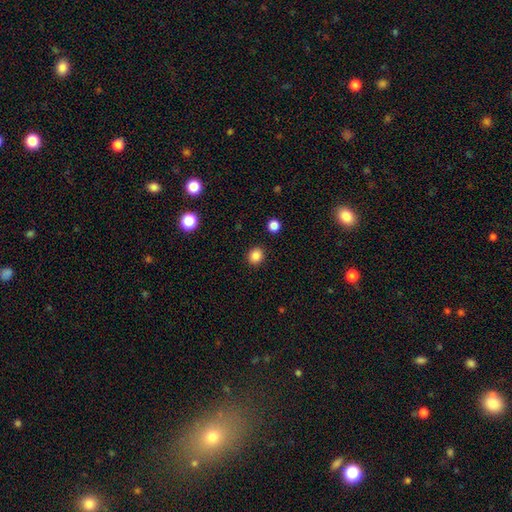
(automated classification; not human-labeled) The model was most divided on "how rounded": round: 79%, in between: 20%, cigar-shaped: 1%. More confident: merging — none (91%); smooth or featured — smooth (86%).